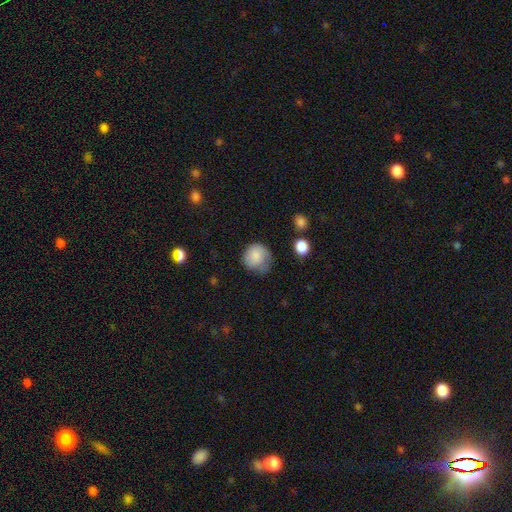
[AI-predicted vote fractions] A smooth galaxy with no disk features (79%) that is round (83%). Merging: none (51%).